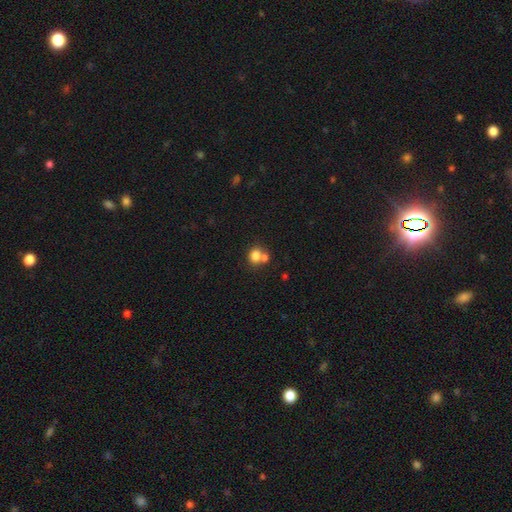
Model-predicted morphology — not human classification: Smooth or featured: smooth — 79% (star or artifact — 11%)
How rounded: round — 68% (in between — 31%)
Merging: merger — 46% (none — 43%)